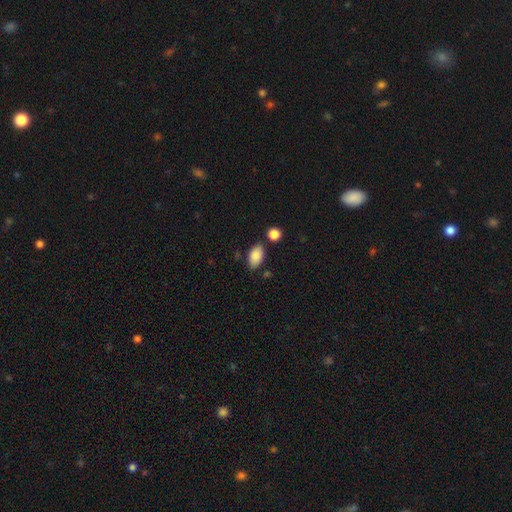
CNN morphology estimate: A smooth galaxy with no disk features (88%) that is in between round and cigar-shaped (92%).

Vote fractions:
- Smooth or featured? smooth: 88% / star or artifact: 7% / featured or disk: 5%
- How rounded? in between: 92% / round: 6% / cigar-shaped: 2%
- Merging? none: 76% / minor disturbance: 14% / merger: 6% / major disturbance: 3%